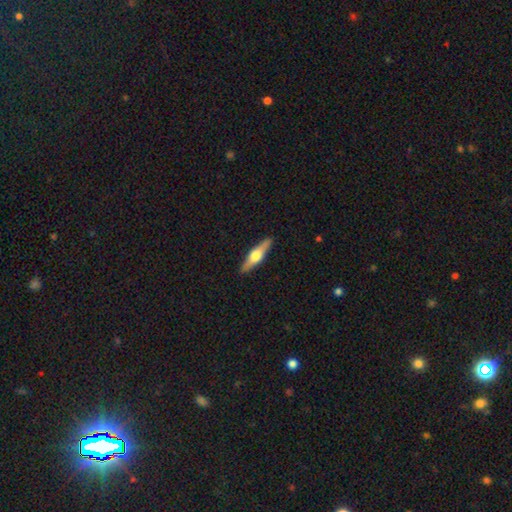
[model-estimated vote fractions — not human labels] Overall: featured or disk (63%; smooth 31%). Edge-on disk: yes (96%). Edge-on bulge: rounded (94%). Merging: none (91%).